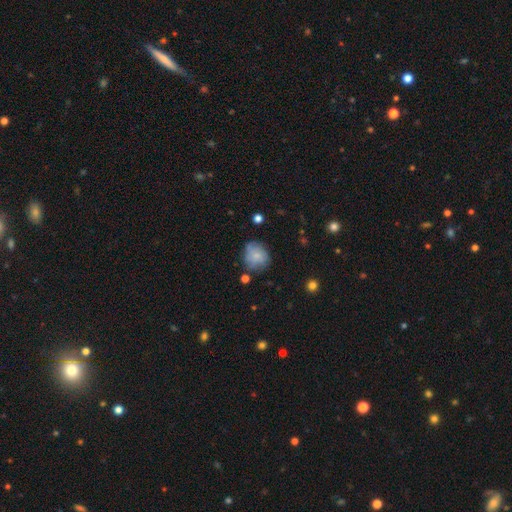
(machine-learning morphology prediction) A smooth galaxy with no disk features (74%) that is round (72%). Merging: none (65%).